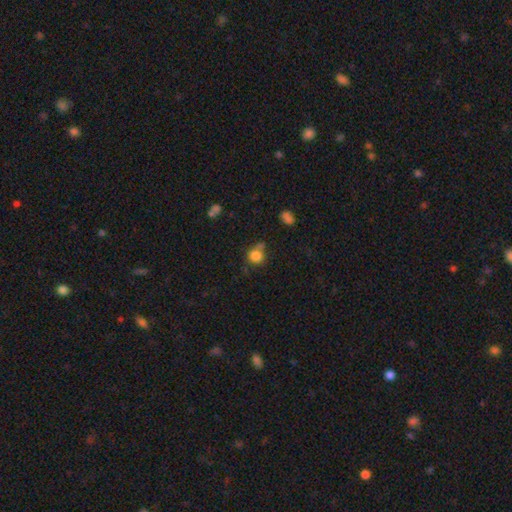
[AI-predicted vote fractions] The model was most divided on "merging": none: 61%, merger: 17%, minor disturbance: 16%, major disturbance: 6%. More confident: how rounded — round (87%); smooth or featured — smooth (82%).